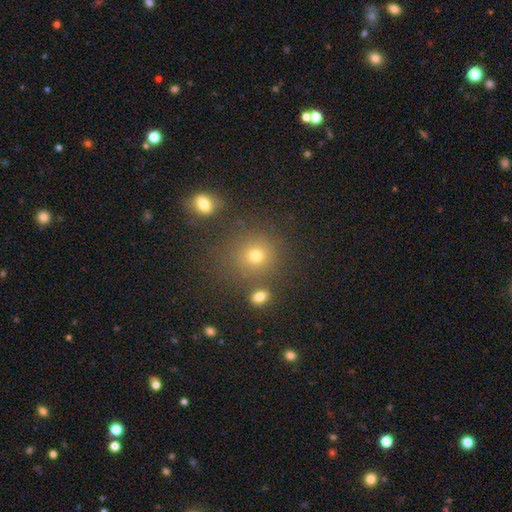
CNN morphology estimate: Smooth or featured? Predicted: smooth (p=0.68). How rounded? Predicted: round (p=0.88). Merging? Predicted: none (p=0.76).